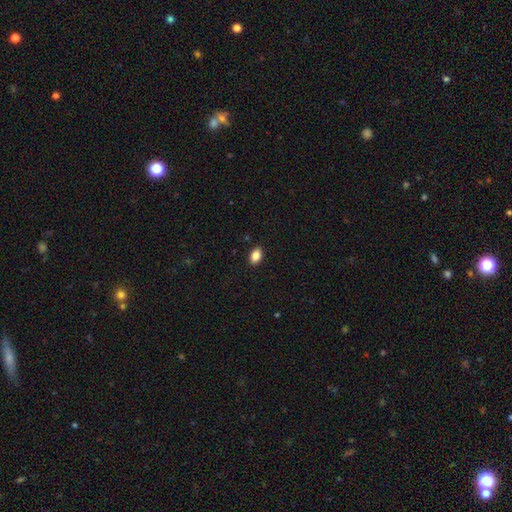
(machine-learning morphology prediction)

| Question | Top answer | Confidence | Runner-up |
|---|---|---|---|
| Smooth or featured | smooth | 86% | star or artifact (9%) |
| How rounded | in between | 85% | round (14%) |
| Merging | none | 89% | minor disturbance (8%) |